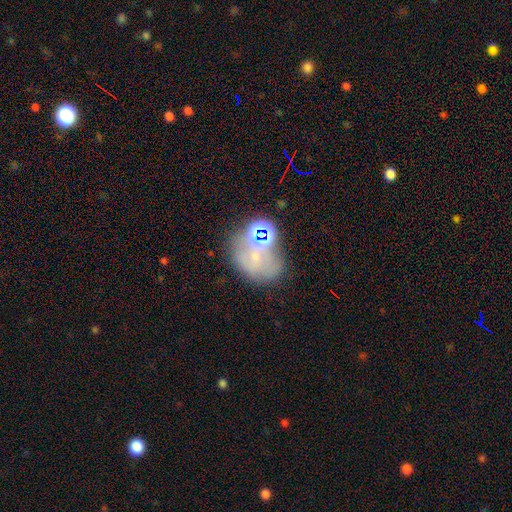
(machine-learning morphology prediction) Smooth or featured: smooth — 38% (star or artifact — 32%)
Merging: none — 53% (minor disturbance — 18%)